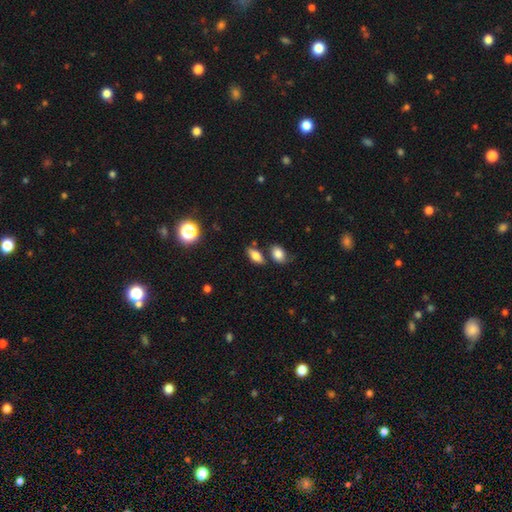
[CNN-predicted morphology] smooth-or-featured: smooth: 72% | featured or disk: 17% | star or artifact: 11%
  how-rounded: in between: 79% | cigar-shaped: 14% | round: 7%
  merging: none: 72% | minor disturbance: 13% | merger: 12% | major disturbance: 4%